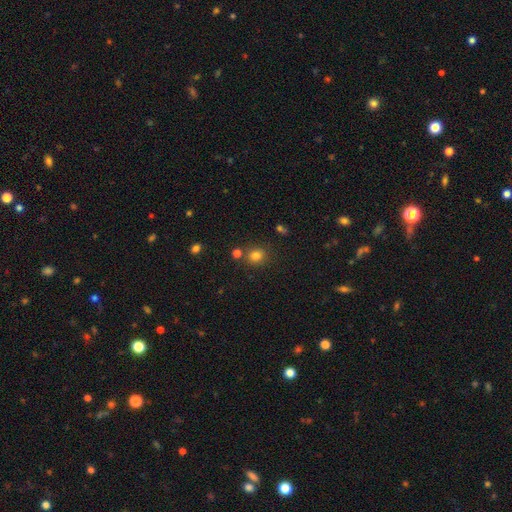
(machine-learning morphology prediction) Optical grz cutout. It shows a smooth galaxy with no disk features (79%) that is round (81%). Merging: none (78%).